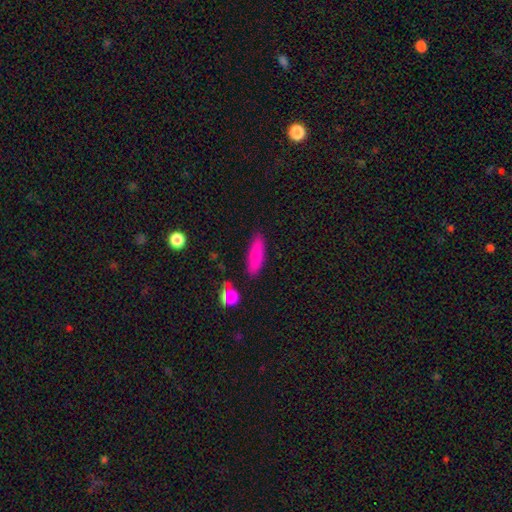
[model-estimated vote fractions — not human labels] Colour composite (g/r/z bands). It shows a smooth galaxy with no disk features (76%) that is cigar-shaped (50%). Merging: none (84%).